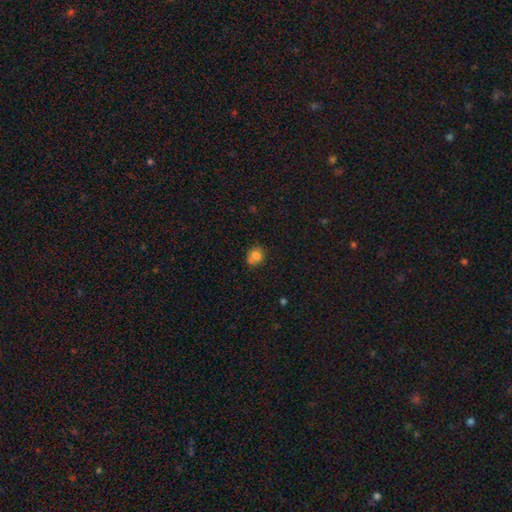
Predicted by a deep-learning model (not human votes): Smooth or featured?
  - smooth: 79% *
  - star or artifact: 11%
  - featured or disk: 10%
How rounded?
  - round: 74% *
  - in between: 25%
  - cigar-shaped: 1%
Merging?
  - none: 64% *
  - minor disturbance: 24%
  - merger: 8%
  - major disturbance: 5%